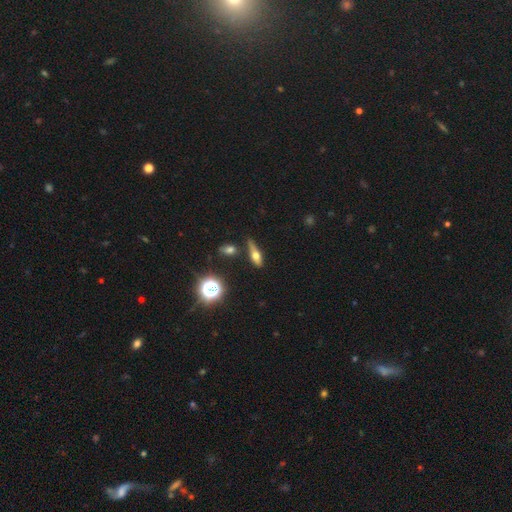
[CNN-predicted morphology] This appears to be a smooth galaxy with no disk features (48%). Merging: none (64%).